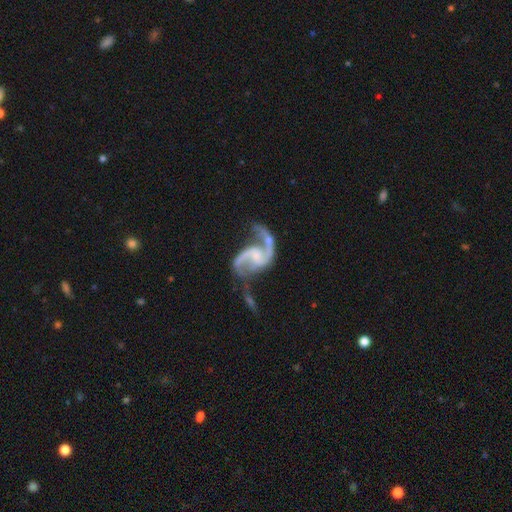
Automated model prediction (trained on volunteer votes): Overall: featured or disk (92%). Edge-on disk: no (98%). Bar: weak (44%; no 43%). Spiral arms: yes (97%). Spiral arm count: 2 (93%). Spiral winding: loose (60%; medium 35%). Bulge size: small (45%; none 33%). Merging: none (46%; major disturbance 21%).